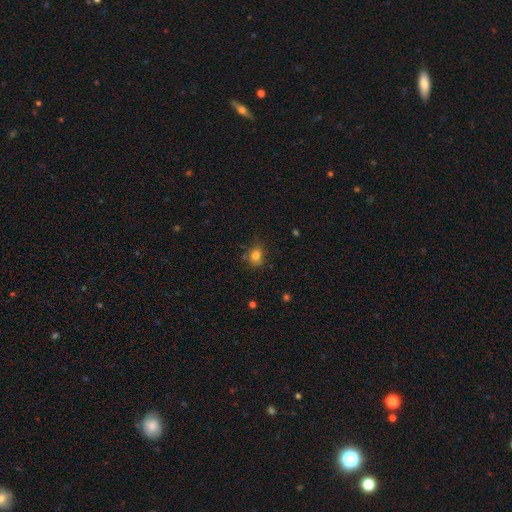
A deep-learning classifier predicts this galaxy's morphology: Smooth or featured: smooth — 79% (star or artifact — 13%)
How rounded: round — 66% (in between — 33%)
Merging: none — 71% (minor disturbance — 20%)